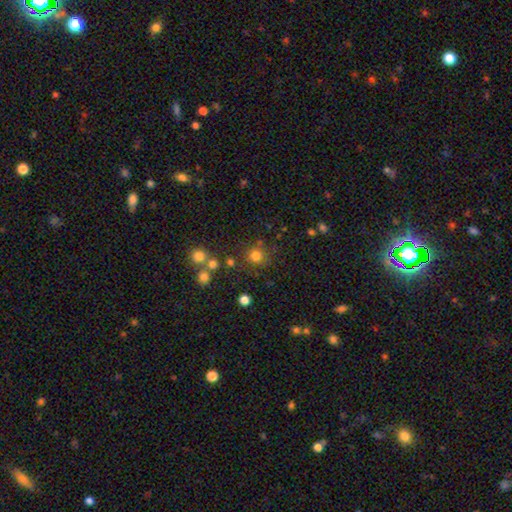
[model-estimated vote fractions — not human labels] smooth-or-featured: smooth: 77% | star or artifact: 16% | featured or disk: 6%
  how-rounded: round: 91% | in between: 8% | cigar-shaped: 1%
  merging: none: 78% | minor disturbance: 10% | merger: 8% | major disturbance: 4%